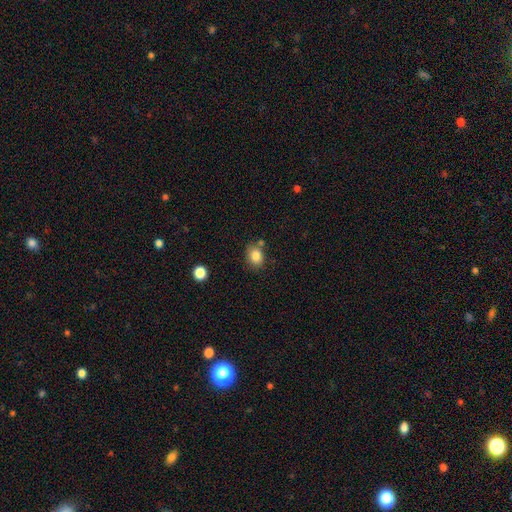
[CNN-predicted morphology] Q: Smooth or featured?
A: smooth (83%); runner-up: star or artifact (10%)
Q: How rounded?
A: in between (51%); runner-up: round (48%)
Q: Merging?
A: none (72%); runner-up: minor disturbance (15%)